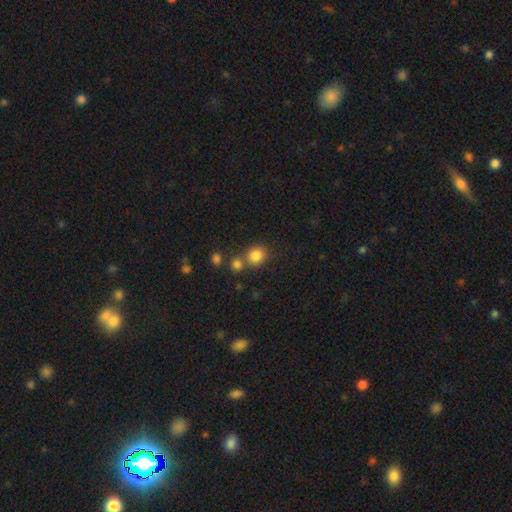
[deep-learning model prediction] The model was most divided on "merging": none: 63%, merger: 23%, minor disturbance: 10%, major disturbance: 4%. More confident: smooth or featured — smooth (83%); how rounded — round (82%).